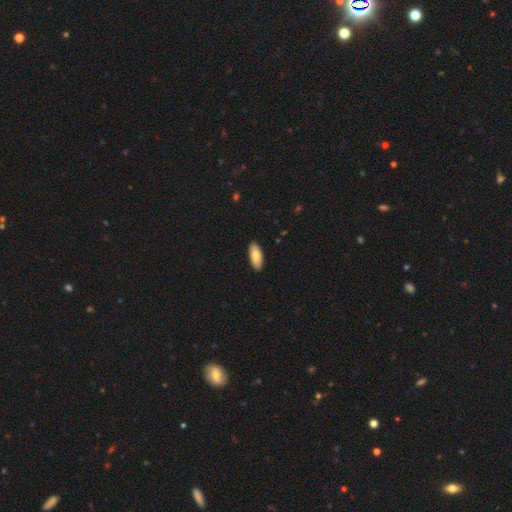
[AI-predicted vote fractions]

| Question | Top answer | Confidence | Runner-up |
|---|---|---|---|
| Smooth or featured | smooth | 86% | featured or disk (9%) |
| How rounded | in between | 80% | cigar-shaped (18%) |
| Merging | none | 90% | minor disturbance (8%) |